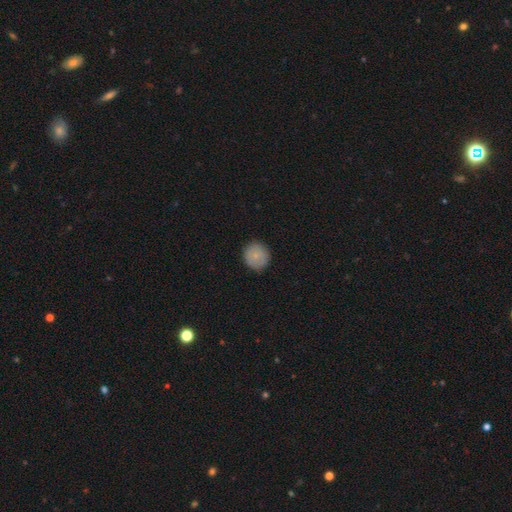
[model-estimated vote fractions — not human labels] Smooth or featured?
  - smooth: 80% *
  - featured or disk: 12%
  - star or artifact: 8%
How rounded?
  - round: 91% *
  - in between: 8%
  - cigar-shaped: 1%
Merging?
  - none: 88% *
  - minor disturbance: 9%
  - major disturbance: 2%
  - merger: 1%